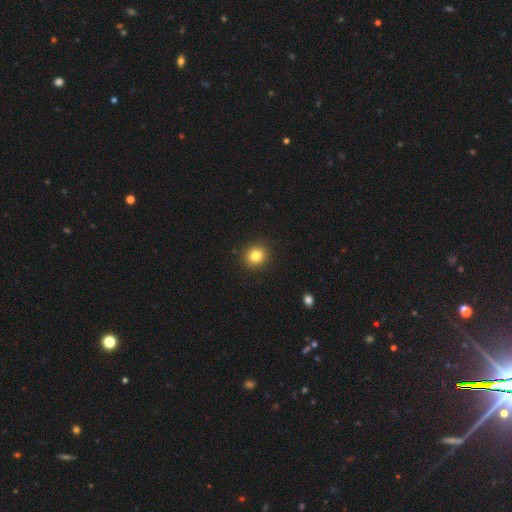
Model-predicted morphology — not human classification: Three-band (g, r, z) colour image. It shows a smooth galaxy with no disk features (83%) that is round (85%). Merging: none (91%).